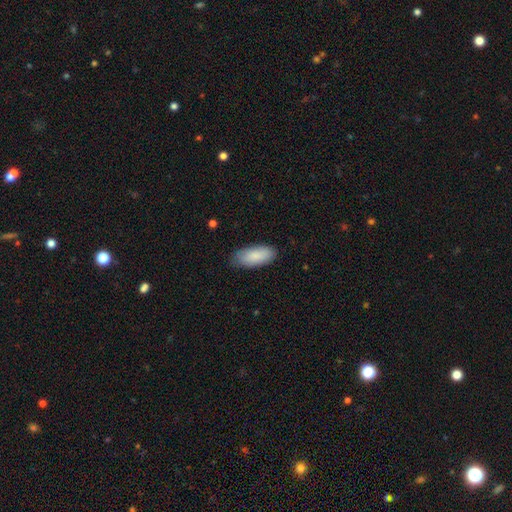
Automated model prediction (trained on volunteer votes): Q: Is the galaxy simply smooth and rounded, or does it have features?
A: smooth — 88%.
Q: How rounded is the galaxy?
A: in between — 87%.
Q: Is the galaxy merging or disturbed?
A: none — 80%.